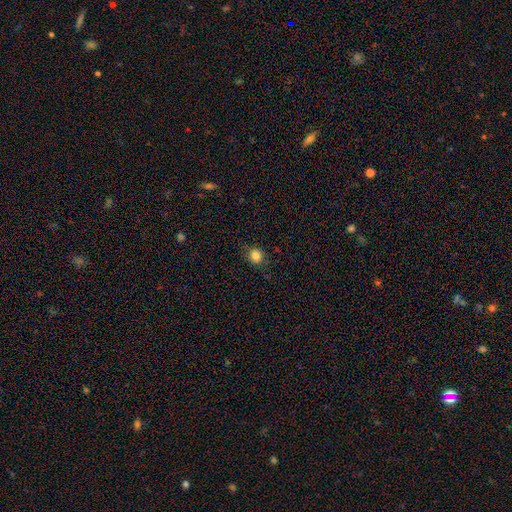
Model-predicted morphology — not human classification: smooth_or_featured: smooth (p=0.84) [alt: star or artifact p=0.11]
how_rounded: round (p=0.82) [alt: in between p=0.17]
merging: none (p=0.87) [alt: minor disturbance p=0.10]